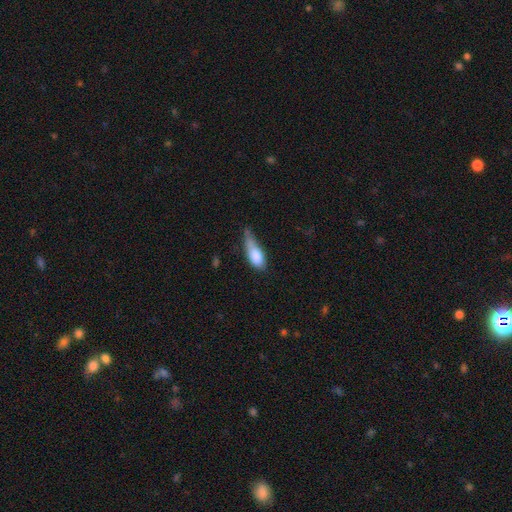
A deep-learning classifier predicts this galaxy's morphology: Overall: smooth (78%). How rounded: in between (73%). Merging: minor disturbance (45%; major disturbance 26%).